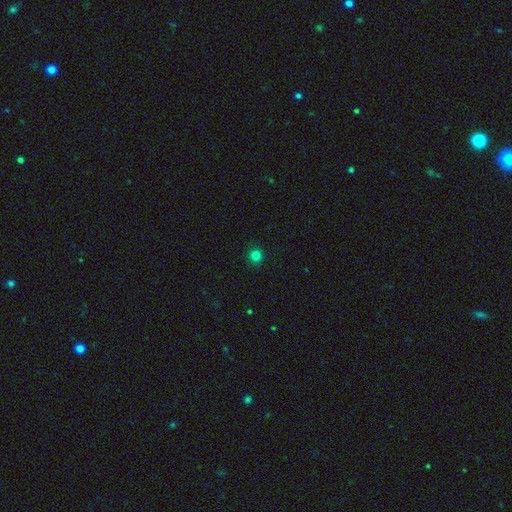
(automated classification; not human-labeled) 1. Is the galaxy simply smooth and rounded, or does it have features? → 82% smooth, 15% star or artifact, 4% featured or disk.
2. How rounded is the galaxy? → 95% round, 4% in between, 1% cigar-shaped.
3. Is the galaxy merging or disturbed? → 92% none, 6% minor disturbance, 2% major disturbance, 1% merger.